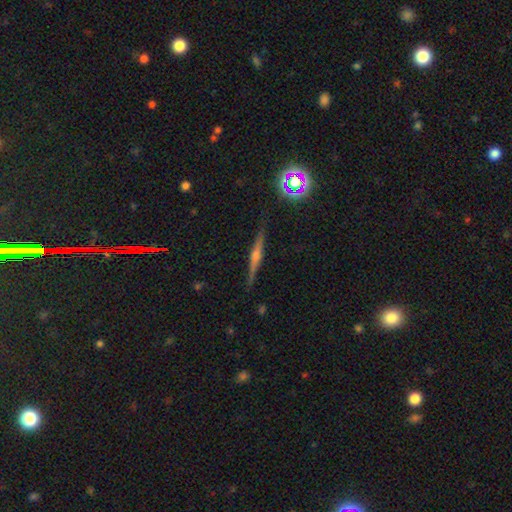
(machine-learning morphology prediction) This appears to be a featured or disk galaxy (70%) viewed edge-on (97%) with a rounded central bulge (81%). Merging: none (88%).